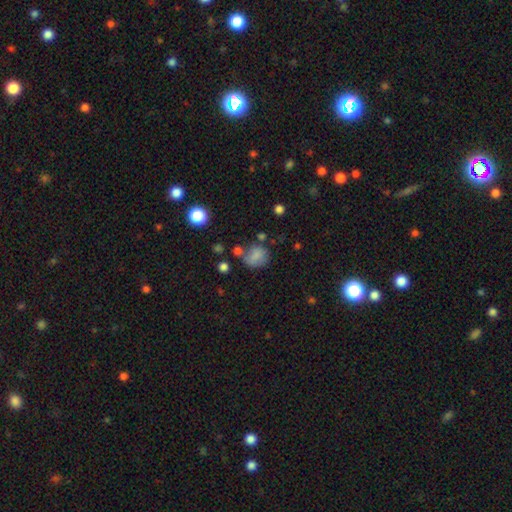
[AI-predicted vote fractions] Q: Smooth or featured?
A: smooth (74%); runner-up: featured or disk (13%)
Q: How rounded?
A: round (64%); runner-up: in between (35%)
Q: Merging?
A: none (52%); runner-up: minor disturbance (24%)